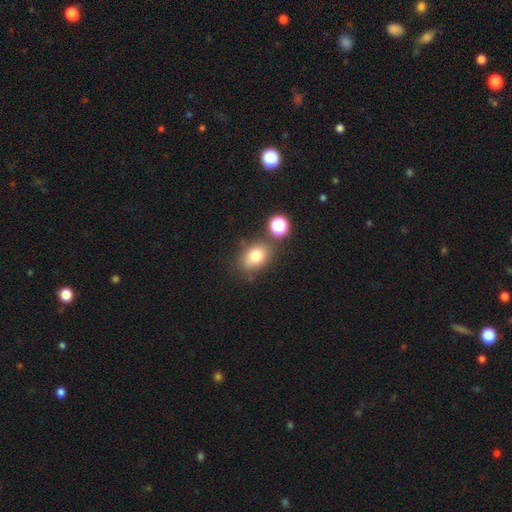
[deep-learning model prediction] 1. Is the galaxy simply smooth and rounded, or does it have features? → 78% smooth, 11% star or artifact, 11% featured or disk.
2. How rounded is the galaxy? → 70% in between, 29% round, 1% cigar-shaped.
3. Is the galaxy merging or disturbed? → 70% none, 14% minor disturbance, 11% merger, 5% major disturbance.